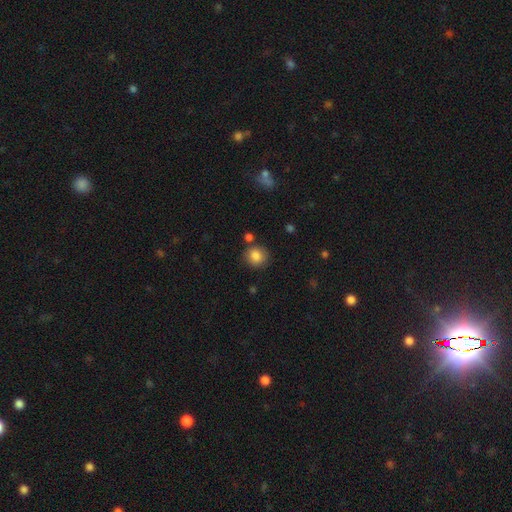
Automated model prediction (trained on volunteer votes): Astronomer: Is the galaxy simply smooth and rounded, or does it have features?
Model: smooth — 85%.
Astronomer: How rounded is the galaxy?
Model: round — 88%.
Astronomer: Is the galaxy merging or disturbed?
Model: none — 81%.